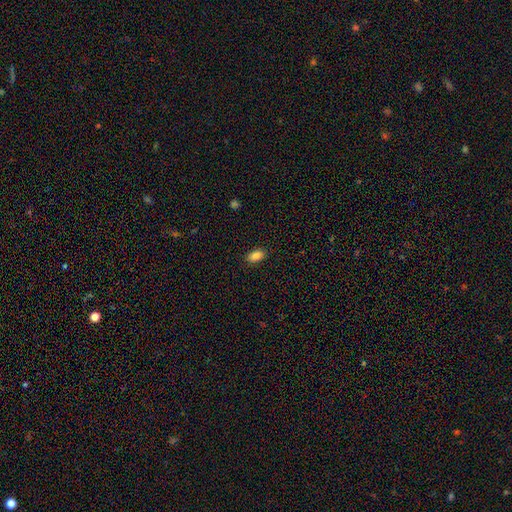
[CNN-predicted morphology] This appears to be a smooth galaxy with no disk features (87%) that is in between round and cigar-shaped (91%). Merging: none (88%).